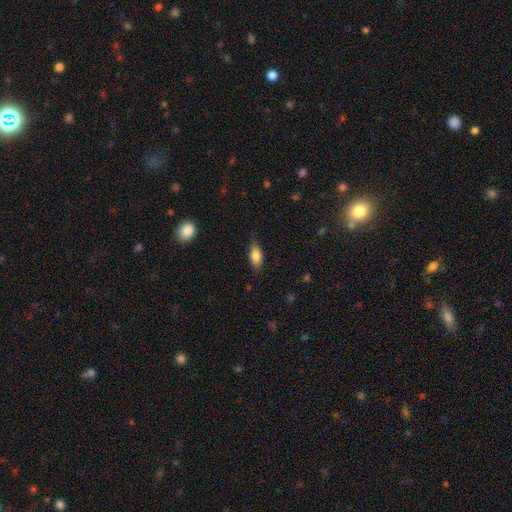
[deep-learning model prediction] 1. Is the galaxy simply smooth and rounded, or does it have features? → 80% smooth, 13% featured or disk, 8% star or artifact.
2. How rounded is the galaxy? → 82% in between, 13% cigar-shaped, 4% round.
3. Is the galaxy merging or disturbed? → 76% none, 18% minor disturbance, 4% major disturbance, 1% merger.